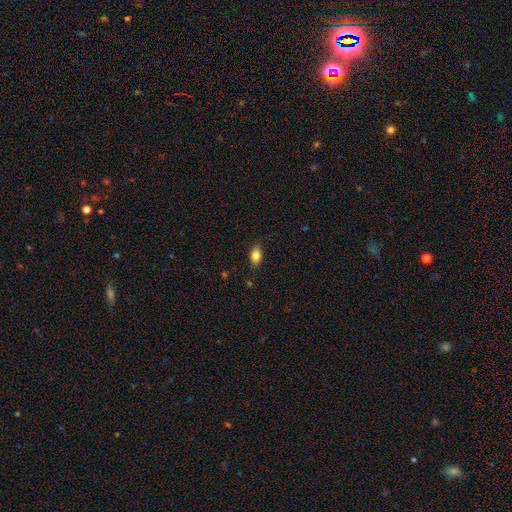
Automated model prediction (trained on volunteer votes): Smooth or featured? Predicted: smooth (p=0.83). How rounded? Predicted: in between (p=0.83). Merging? Predicted: none (p=0.82).